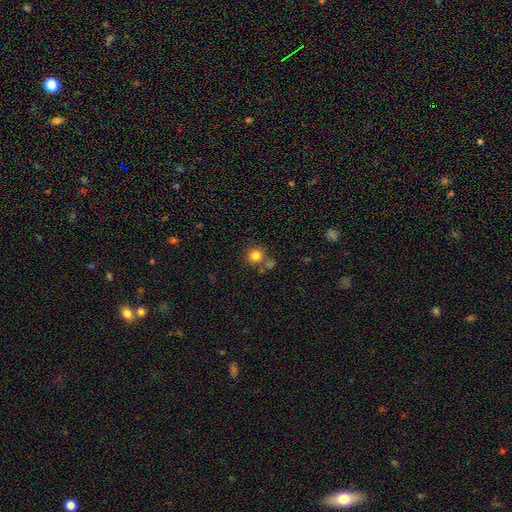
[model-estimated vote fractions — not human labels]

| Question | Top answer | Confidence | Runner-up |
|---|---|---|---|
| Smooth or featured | smooth | 82% | star or artifact (12%) |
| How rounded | round | 91% | in between (9%) |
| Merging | none | 70% | merger (16%) |